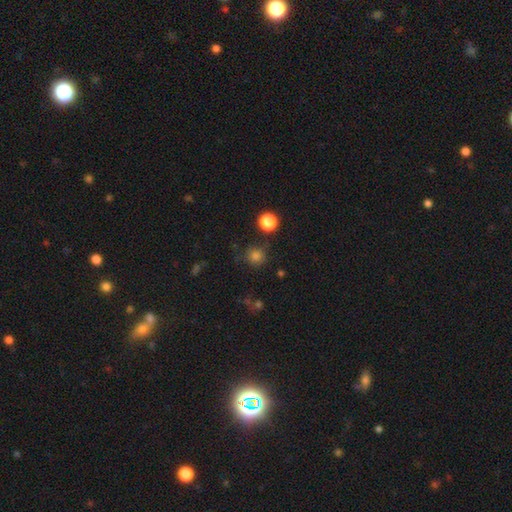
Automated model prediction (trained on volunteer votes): The model was most divided on "smooth or featured": smooth: 79%, star or artifact: 16%, featured or disk: 5%. More confident: how rounded — round (93%); merging — none (81%).